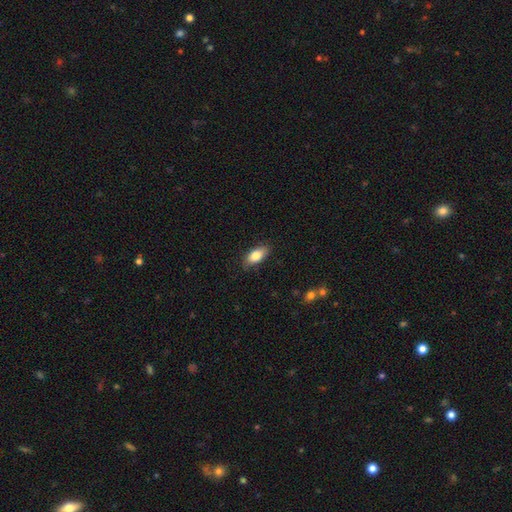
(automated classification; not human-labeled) Smooth or featured? smooth (80%)
How rounded? in between (87%)
Merging? none (83%)